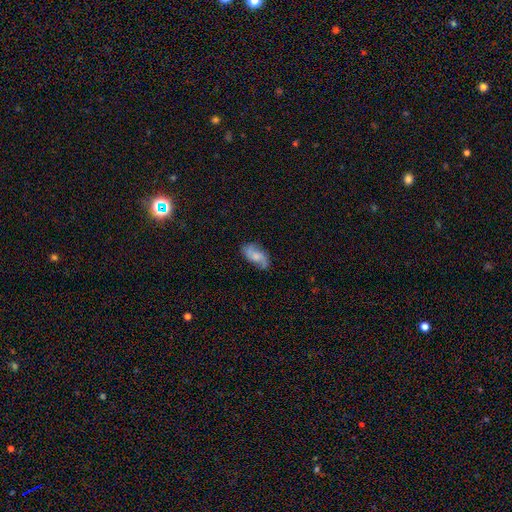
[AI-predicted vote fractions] Overall: featured or disk (52%; smooth 41%). Edge-on disk: no (94%). Merging: none (73%).